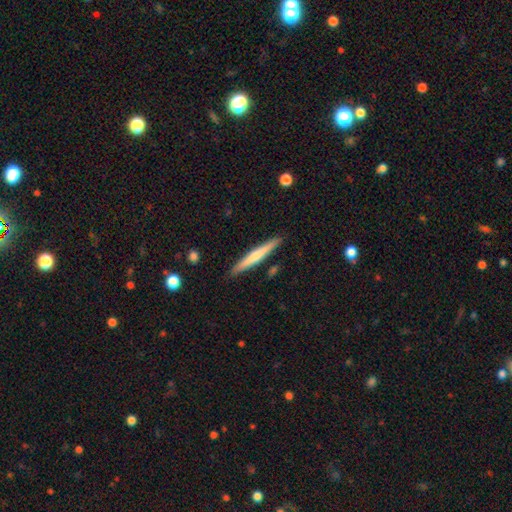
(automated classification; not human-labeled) Morphology: type=smooth (54%); roundness=cigar-shaped (95%); merging=none (89%).